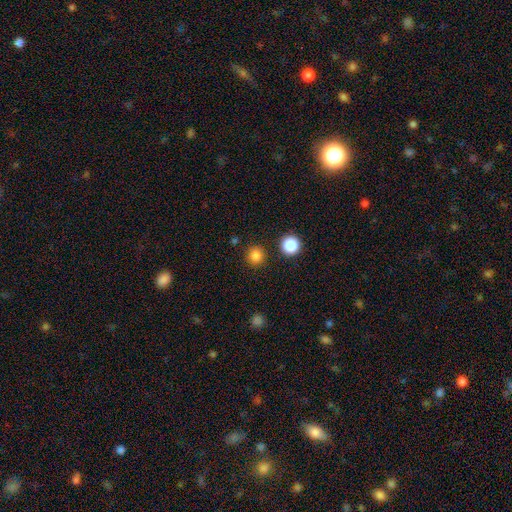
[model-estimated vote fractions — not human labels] Morphology: type=smooth (82%); roundness=round (94%); merging=none (90%).